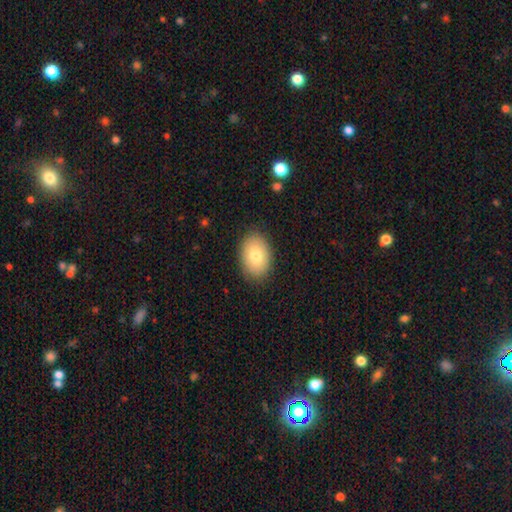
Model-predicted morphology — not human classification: This appears to be a smooth galaxy with no disk features (78%) that is in between round and cigar-shaped (83%). Merging: none (86%).